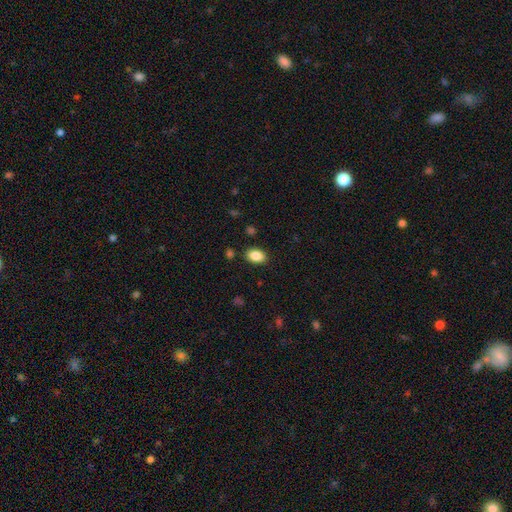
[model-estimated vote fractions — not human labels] Q: Smooth or featured?
A: smooth (86%); runner-up: star or artifact (8%)
Q: How rounded?
A: in between (87%); runner-up: round (11%)
Q: Merging?
A: none (86%); runner-up: minor disturbance (9%)